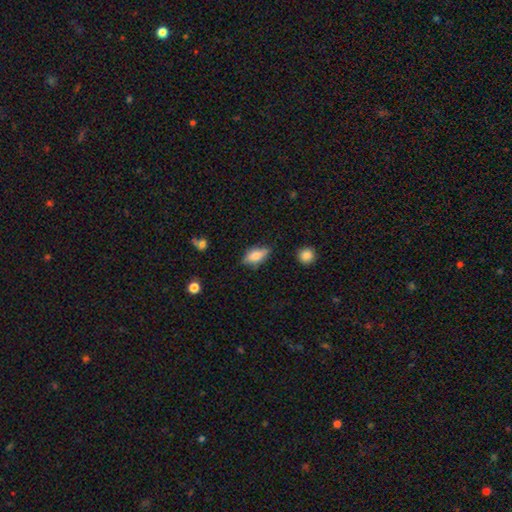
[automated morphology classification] Overall: smooth (75%). How rounded: in between (84%). Merging: none (70%).